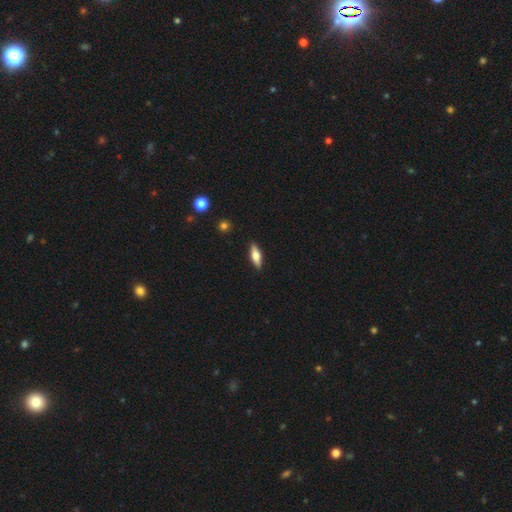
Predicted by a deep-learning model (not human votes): This is likely a smooth galaxy (61%). How rounded: possibly in between (56%). Merging: clearly none (89%).